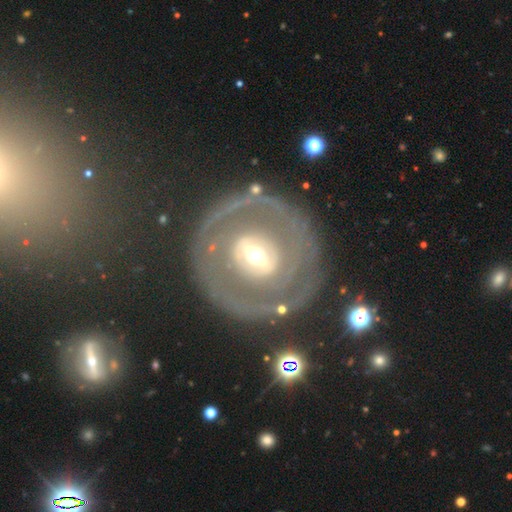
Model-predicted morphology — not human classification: A featured or disk galaxy (74%) with no bar (43%), no spiral arms (55%) and a moderate central bulge (56%). Merging: none (70%).